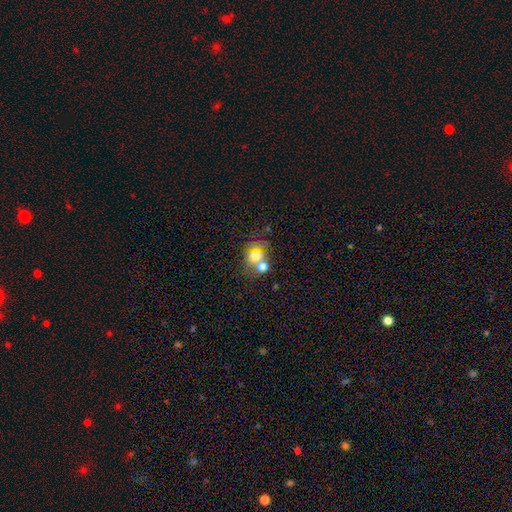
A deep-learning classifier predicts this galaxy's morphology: Overall: smooth (58%; star or artifact 25%). How rounded: round (61%; in between 37%). Merging: none (45%; merger 37%).